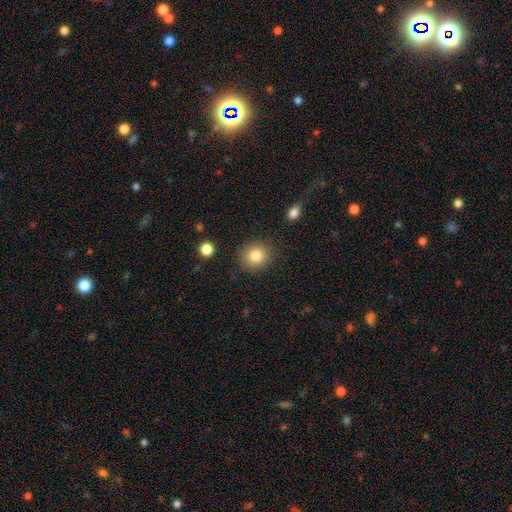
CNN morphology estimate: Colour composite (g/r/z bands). It shows a smooth galaxy with no disk features (84%) that is round (81%). Merging: none (87%).